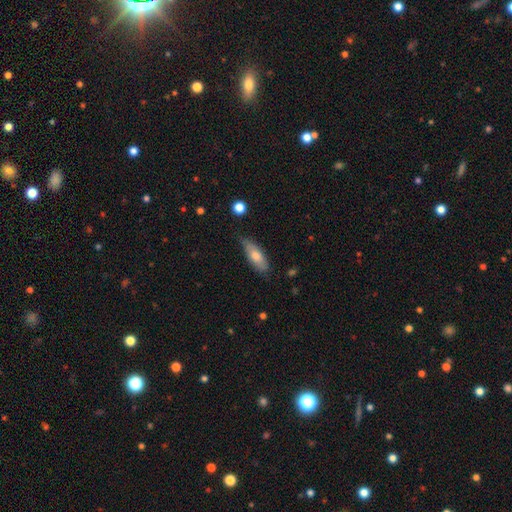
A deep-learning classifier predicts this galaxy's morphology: A smooth galaxy with no disk features (73%) that is in between round and cigar-shaped (68%).

Vote fractions:
- Smooth or featured? smooth: 73% / featured or disk: 21% / star or artifact: 6%
- How rounded? in between: 68% / cigar-shaped: 30% / round: 2%
- Merging? none: 62% / minor disturbance: 30% / major disturbance: 6% / merger: 2%